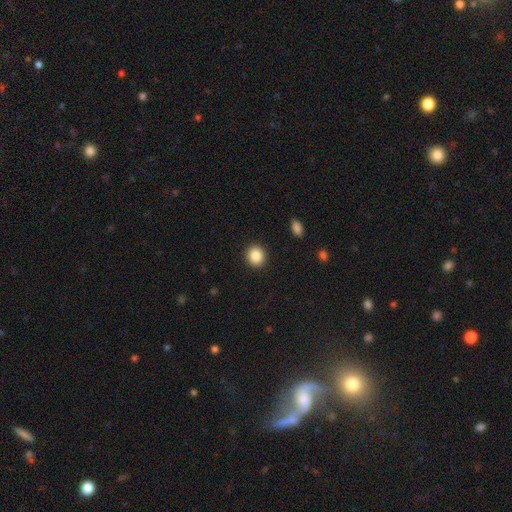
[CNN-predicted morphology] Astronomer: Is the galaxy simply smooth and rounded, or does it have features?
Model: smooth — 87%.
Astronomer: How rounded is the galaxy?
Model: round — 85%.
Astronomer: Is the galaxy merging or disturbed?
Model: none — 92%.